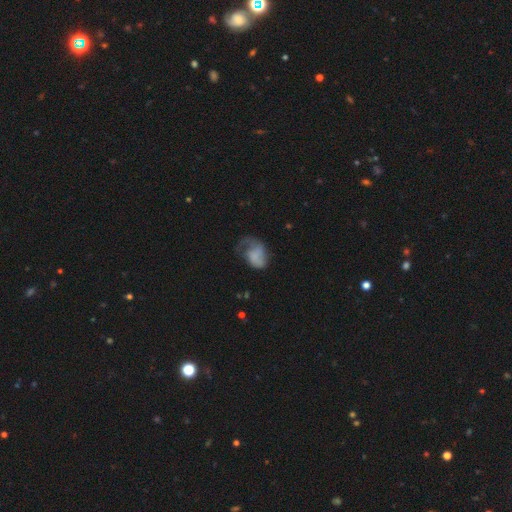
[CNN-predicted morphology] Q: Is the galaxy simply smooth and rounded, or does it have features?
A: smooth — 49%.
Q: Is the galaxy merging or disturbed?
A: major disturbance — 49%.